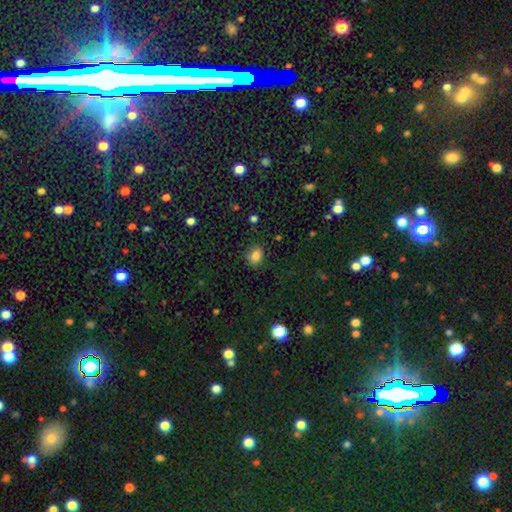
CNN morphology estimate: The model was most divided on "how rounded": in between: 55%, round: 44%, cigar-shaped: 1%. More confident: smooth or featured — smooth (83%); merging — none (80%).